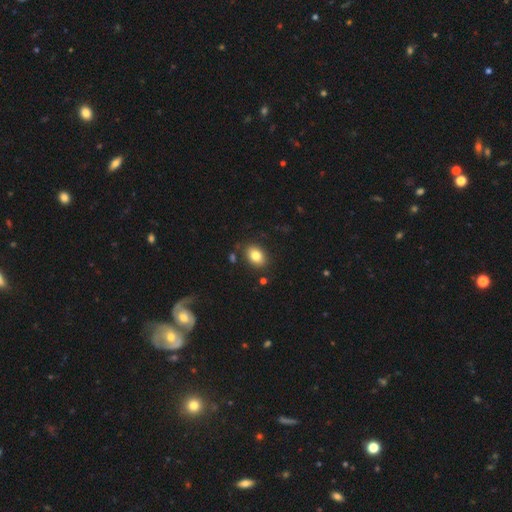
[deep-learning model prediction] Smooth or featured?
  - smooth: 81% *
  - featured or disk: 10%
  - star or artifact: 9%
How rounded?
  - in between: 79% *
  - round: 20%
  - cigar-shaped: 1%
Merging?
  - none: 84% *
  - minor disturbance: 10%
  - merger: 3%
  - major disturbance: 3%